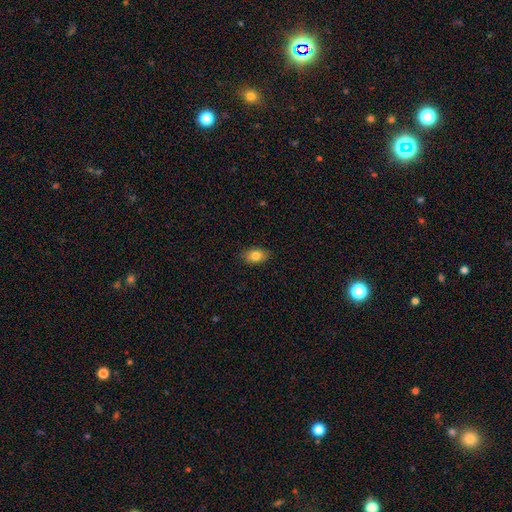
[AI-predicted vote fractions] Smooth or featured? Predicted: smooth (p=0.83). How rounded? Predicted: in between (p=0.85). Merging? Predicted: none (p=0.87).